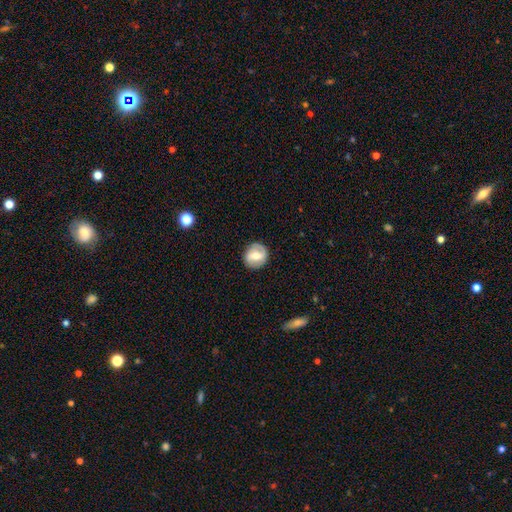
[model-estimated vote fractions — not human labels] Smooth or featured: featured or disk — 58% (smooth — 36%)
Edge-on disk: no — 96% (yes — 4%)
Bar: weak — 42% (strong — 41%)
Spiral arms: yes — 72% (no — 28%)
Bulge size: moderate — 62% (small — 25%)
Merging: none — 86% (minor disturbance — 10%)